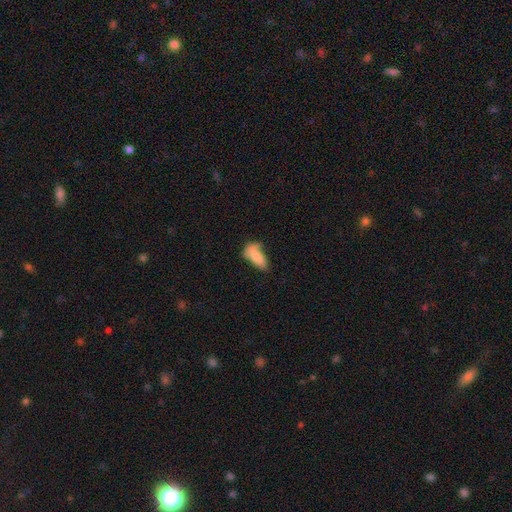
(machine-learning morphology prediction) smooth 77%, featured or disk 15%, star or artifact 8%. Down the decision tree: how rounded — in between (82%); merging — none (35%).